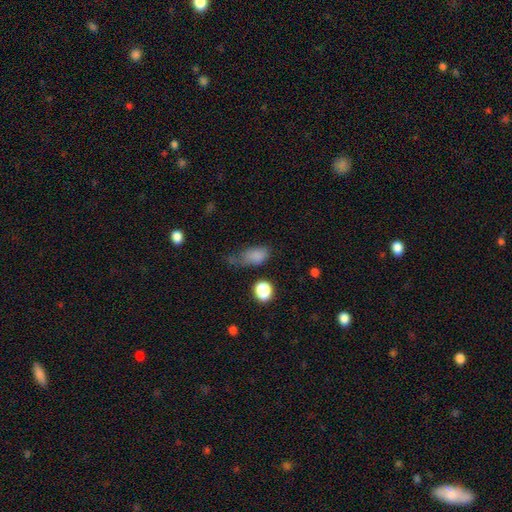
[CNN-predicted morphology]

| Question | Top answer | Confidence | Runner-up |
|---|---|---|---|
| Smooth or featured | smooth | 78% | star or artifact (13%) |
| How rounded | in between | 82% | round (14%) |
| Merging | none | 34% | minor disturbance (32%) |